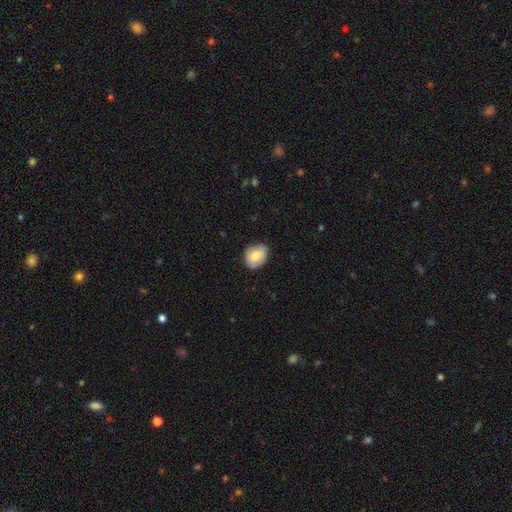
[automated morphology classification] Q: Smooth or featured?
A: smooth (70%); runner-up: featured or disk (23%)
Q: How rounded?
A: in between (52%); runner-up: round (47%)
Q: Merging?
A: none (81%); runner-up: minor disturbance (15%)